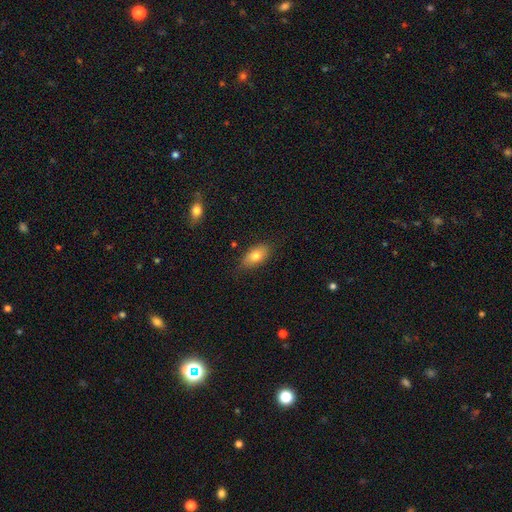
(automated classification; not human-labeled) This appears to be a smooth galaxy with no disk features (78%) that is in between round and cigar-shaped (89%). Merging: none (81%).